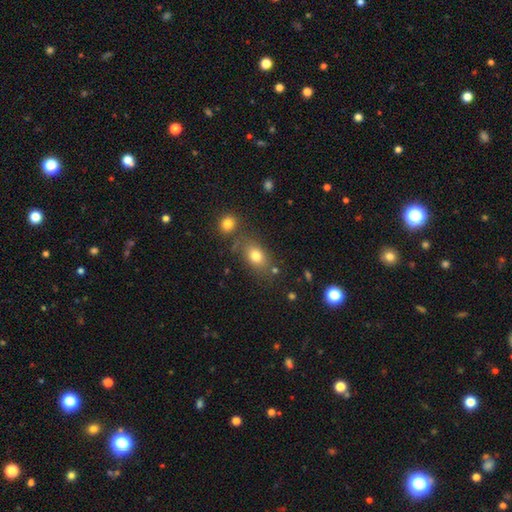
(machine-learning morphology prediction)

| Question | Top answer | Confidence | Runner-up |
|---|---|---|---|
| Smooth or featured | smooth | 77% | star or artifact (12%) |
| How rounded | in between | 72% | round (26%) |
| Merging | none | 69% | minor disturbance (14%) |